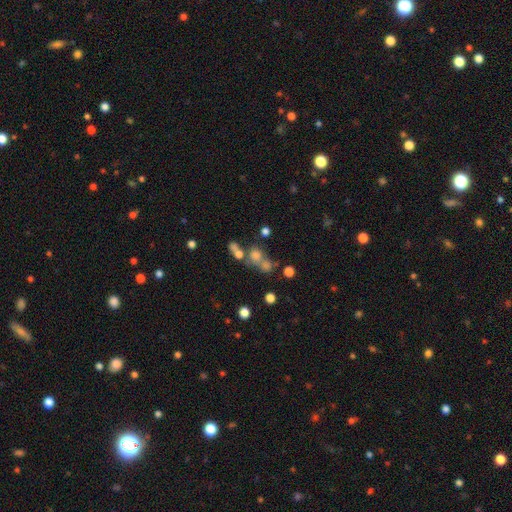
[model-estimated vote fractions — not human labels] smooth 47%, star or artifact 30%, featured or disk 23%. Down the decision tree: merging — none (46%).